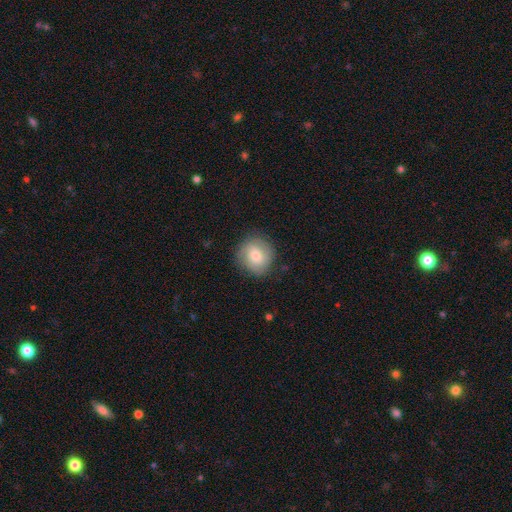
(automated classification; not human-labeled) The model was most divided on "smooth or featured": smooth: 52%, featured or disk: 41%, star or artifact: 7%. More confident: how rounded — round (85%); merging — none (80%).